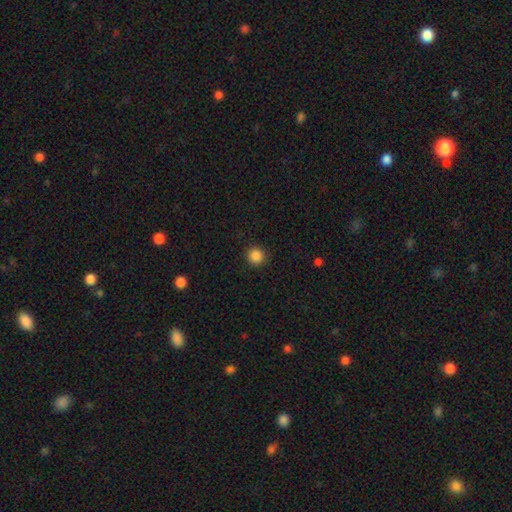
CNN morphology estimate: Smooth or featured?
  - smooth: 86% *
  - star or artifact: 11%
  - featured or disk: 3%
How rounded?
  - round: 93% *
  - in between: 6%
  - cigar-shaped: 1%
Merging?
  - none: 91% *
  - minor disturbance: 5%
  - major disturbance: 2%
  - merger: 1%